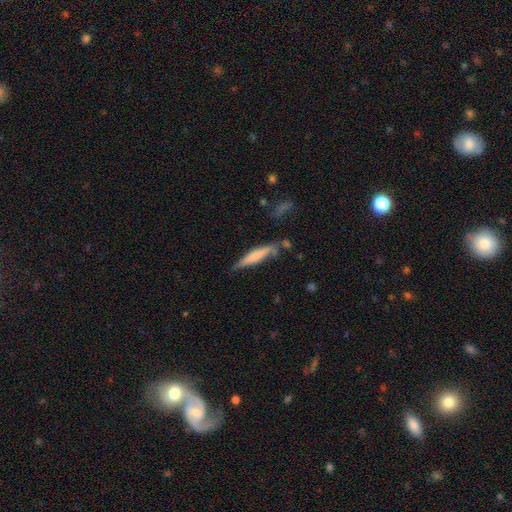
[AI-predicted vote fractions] The model was most divided on "smooth or featured": smooth: 61%, featured or disk: 33%, star or artifact: 6%. More confident: how rounded — cigar-shaped (88%); merging — none (61%).